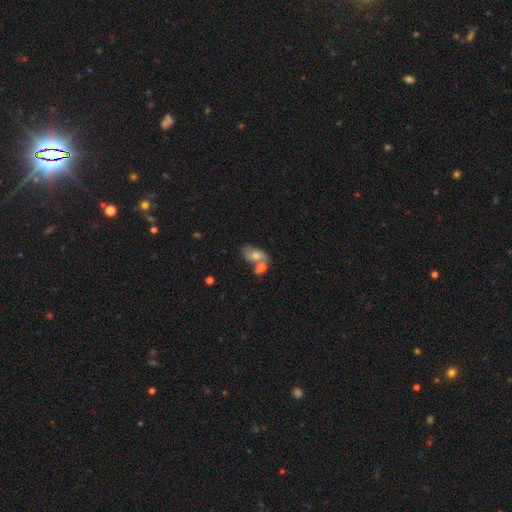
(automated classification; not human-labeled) Smooth or featured? smooth (60%)
How rounded? in between (86%)
Merging? none (41%)